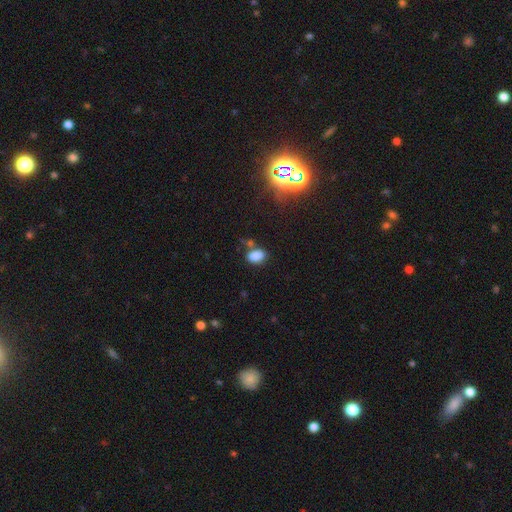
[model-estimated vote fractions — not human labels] A smooth galaxy with no disk features (84%) that is in between round and cigar-shaped (85%). Merging: none (68%).